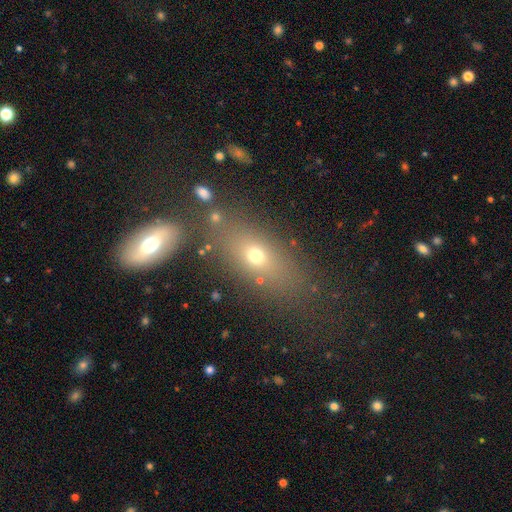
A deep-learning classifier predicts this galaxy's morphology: This appears to be a smooth galaxy with no disk features (64%) that is in between round and cigar-shaped (65%). Merging: none (73%).